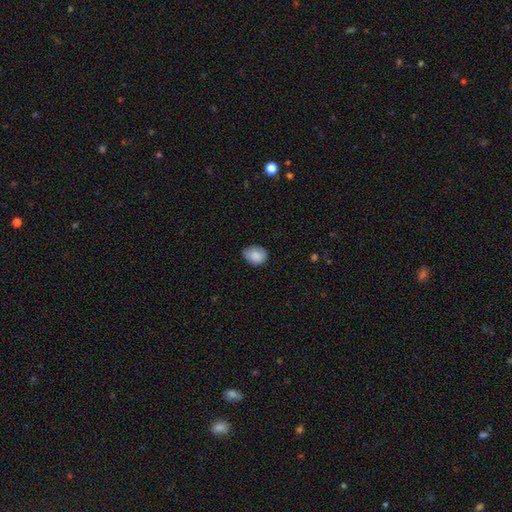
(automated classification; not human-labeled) Smooth or featured: smooth — 86% (star or artifact — 7%)
How rounded: in between — 56% (round — 43%)
Merging: none — 73% (minor disturbance — 23%)